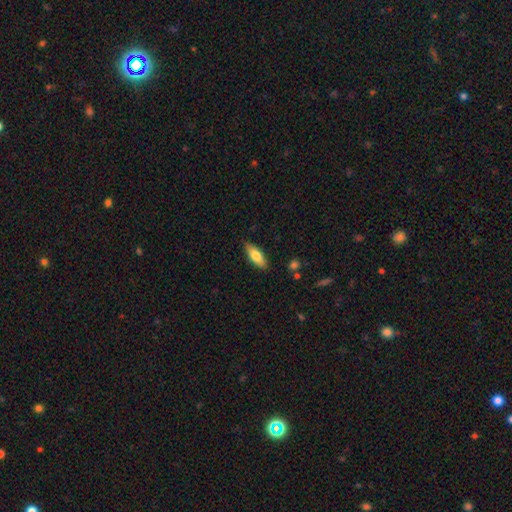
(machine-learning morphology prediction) A smooth galaxy with no disk features (73%) that is in between round and cigar-shaped (61%).

Vote fractions:
- Smooth or featured? smooth: 73% / featured or disk: 21% / star or artifact: 6%
- How rounded? in between: 61% / cigar-shaped: 37% / round: 2%
- Merging? none: 86% / minor disturbance: 11% / major disturbance: 2% / merger: 1%